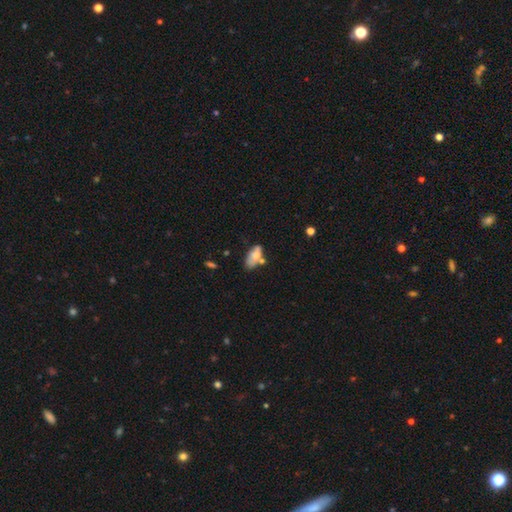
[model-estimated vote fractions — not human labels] A smooth galaxy with no disk features (63%) that is in between round and cigar-shaped (89%).

Vote fractions:
- Smooth or featured? smooth: 63% / featured or disk: 28% / star or artifact: 8%
- How rounded? in between: 89% / cigar-shaped: 7% / round: 4%
- Merging? none: 39% / merger: 26% / minor disturbance: 24% / major disturbance: 11%